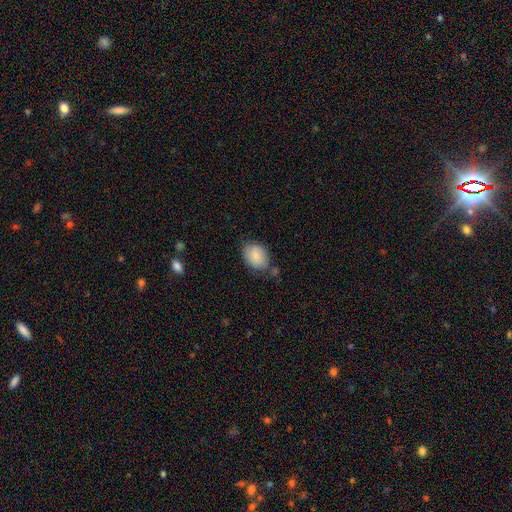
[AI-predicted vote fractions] Morphology: type=smooth (83%); roundness=in between (71%); merging=none (69%).